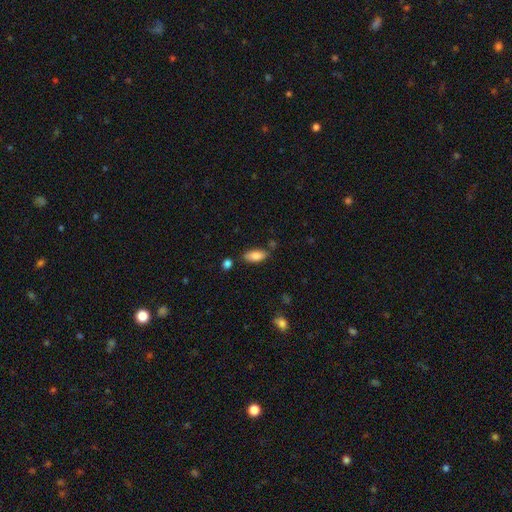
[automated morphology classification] This appears to be a smooth galaxy with no disk features (84%) that is in between round and cigar-shaped (85%). Merging: none (73%).